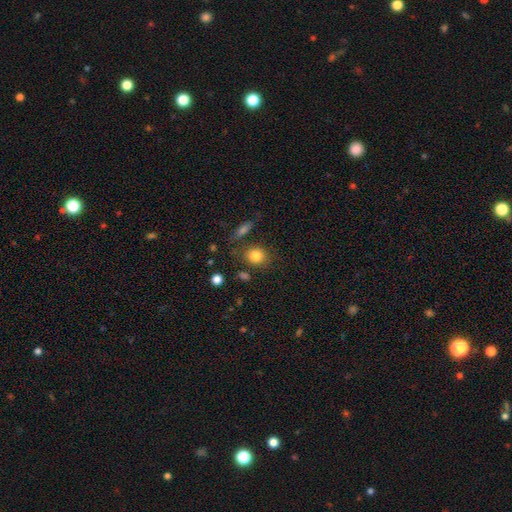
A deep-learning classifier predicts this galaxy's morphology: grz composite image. It shows a smooth galaxy with no disk features (83%) that is round (66%). Merging: none (76%).